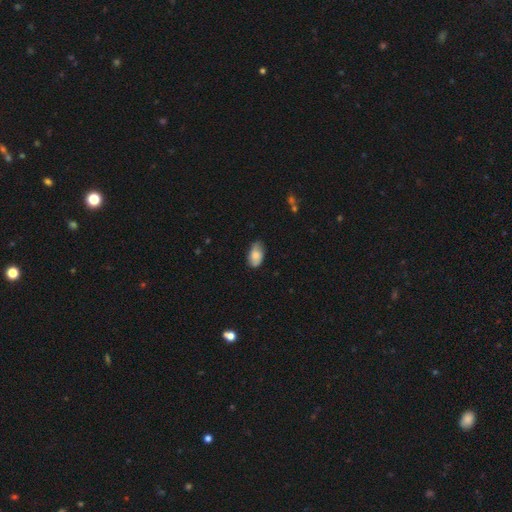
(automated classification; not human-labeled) A smooth galaxy with no disk features (78%) that is in between round and cigar-shaped (93%). Merging: none (71%).